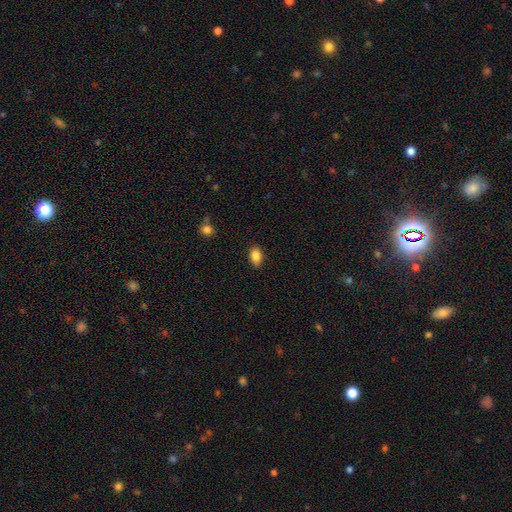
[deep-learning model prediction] smooth_or_featured: smooth (p=0.86) [alt: star or artifact p=0.09]
how_rounded: in between (p=0.84) [alt: round p=0.15]
merging: none (p=0.83) [alt: minor disturbance p=0.13]